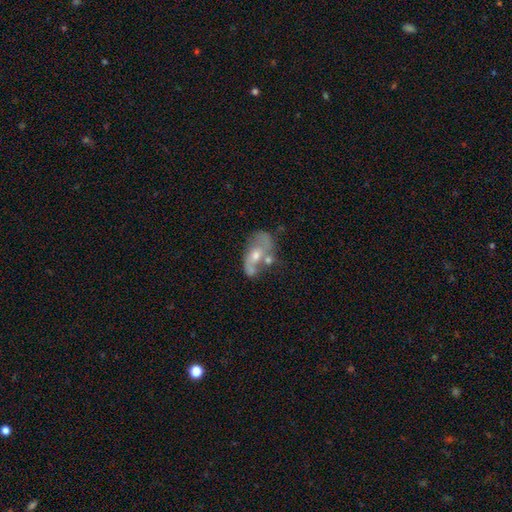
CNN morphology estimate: smooth-or-featured: featured or disk: 70% | smooth: 21% | star or artifact: 9%
  disk-edge-on: no: 94% | yes: 6%
    bar: no: 67% | weak: 26% | strong: 7%
    has-spiral-arms: yes: 71% | no: 29%
    bulge-size: moderate: 60% | small: 30% | large: 5% | none: 4% | dominant: 1%
  merging: none: 37% | merger: 30% | minor disturbance: 18% | major disturbance: 15%